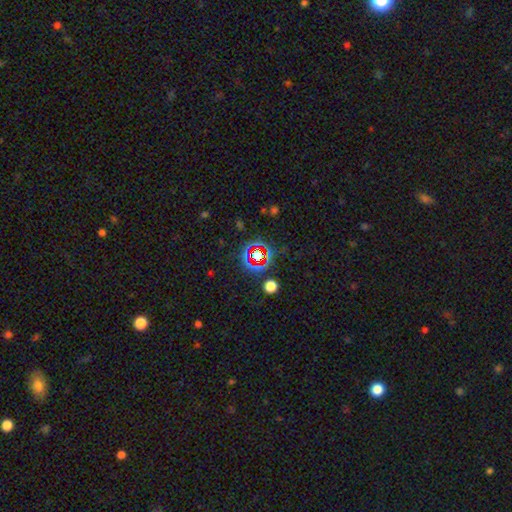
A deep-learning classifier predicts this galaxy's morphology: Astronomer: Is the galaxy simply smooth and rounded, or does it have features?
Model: star or artifact — 70%.